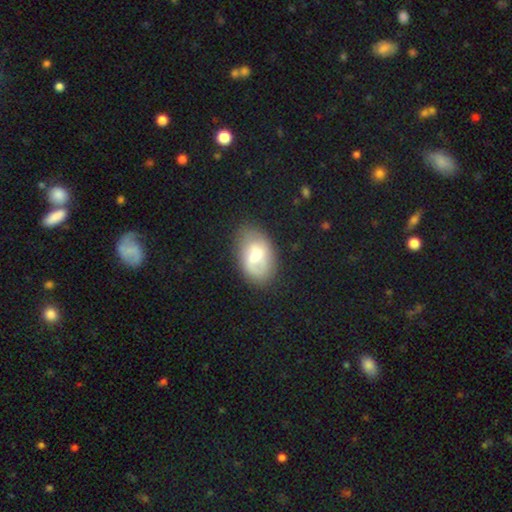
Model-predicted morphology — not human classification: This appears to be a smooth galaxy with no disk features (54%) that is in between round and cigar-shaped (87%). Merging: none (67%).